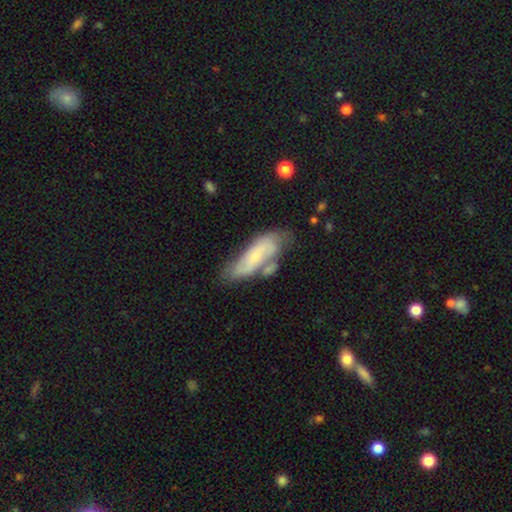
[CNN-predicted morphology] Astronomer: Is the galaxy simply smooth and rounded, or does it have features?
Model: featured or disk — 51% (runner-up: smooth, 42%).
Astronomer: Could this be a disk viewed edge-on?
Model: no — 82%.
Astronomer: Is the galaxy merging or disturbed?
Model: none — 45% (runner-up: minor disturbance, 25%).